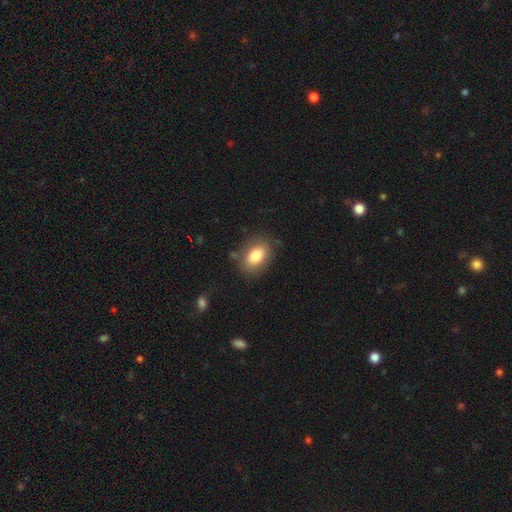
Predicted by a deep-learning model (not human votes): Smooth or featured?
  - smooth: 81% *
  - featured or disk: 11%
  - star or artifact: 8%
How rounded?
  - in between: 84% *
  - round: 14%
  - cigar-shaped: 2%
Merging?
  - none: 80% *
  - minor disturbance: 13%
  - major disturbance: 4%
  - merger: 2%